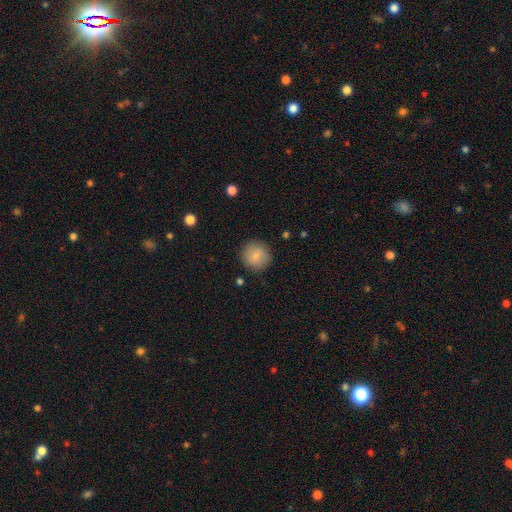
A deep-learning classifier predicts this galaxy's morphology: A smooth galaxy with no disk features (83%) that is round (93%). Merging: none (88%).